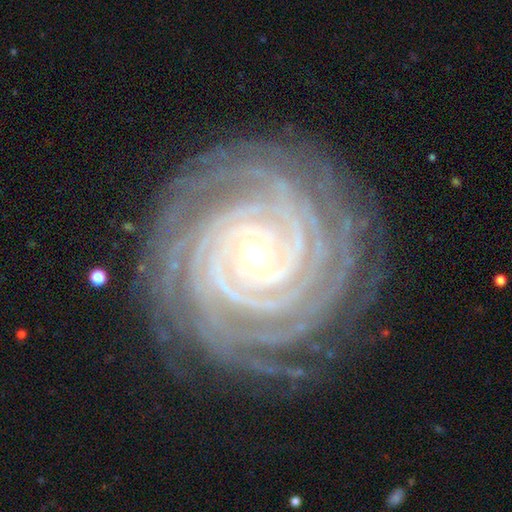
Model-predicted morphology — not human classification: This is clearly a featured or disk galaxy (93%). It is clearly not viewed edge-on (98%). Bar: marginally weak (36%). Spiral arm pattern: clearly yes (99%). Spiral arm count: marginally more than 4 (30%). Spiral winding: clearly tight (92%). Central bulge: possibly small (59%). Merging: clearly none (85%).